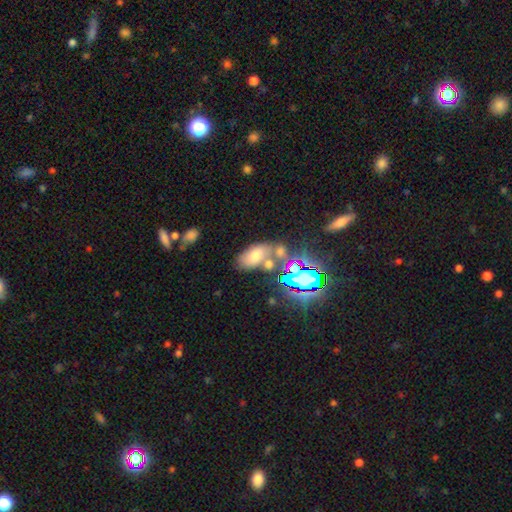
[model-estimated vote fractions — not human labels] smooth_or_featured: smooth (p=0.53) [alt: star or artifact p=0.28]
how_rounded: in between (p=0.88) [alt: round p=0.08]
merging: none (p=0.51) [alt: merger p=0.25]